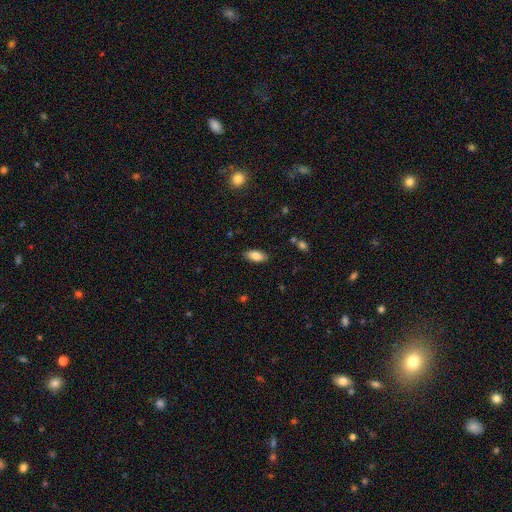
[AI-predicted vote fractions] Smooth or featured: smooth — 84% (featured or disk — 9%)
How rounded: in between — 90% (cigar-shaped — 8%)
Merging: none — 86% (minor disturbance — 10%)